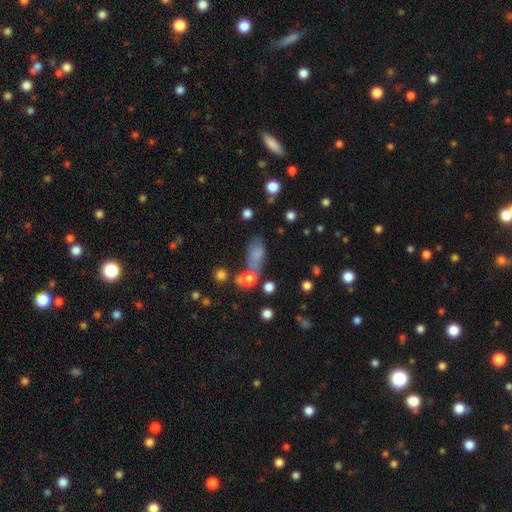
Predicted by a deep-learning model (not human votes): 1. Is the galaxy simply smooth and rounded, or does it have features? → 70% smooth, 15% star or artifact, 15% featured or disk.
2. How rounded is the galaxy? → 82% in between, 10% round, 8% cigar-shaped.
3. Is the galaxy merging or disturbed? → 45% none, 23% minor disturbance, 17% merger, 15% major disturbance.